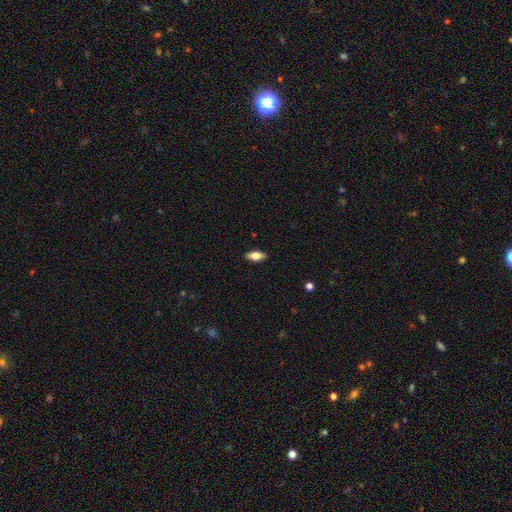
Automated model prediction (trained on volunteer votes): Smooth or featured?
  - smooth: 67% *
  - featured or disk: 26%
  - star or artifact: 7%
How rounded?
  - in between: 85% *
  - cigar-shaped: 11%
  - round: 4%
Merging?
  - none: 89% *
  - minor disturbance: 8%
  - major disturbance: 2%
  - merger: 1%